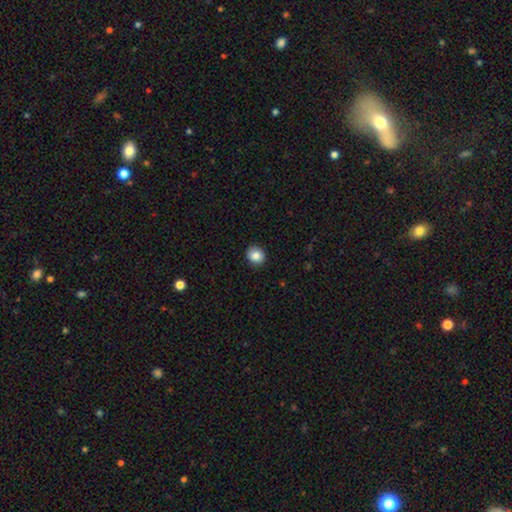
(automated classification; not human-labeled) A smooth galaxy with no disk features (84%) that is round (78%).

Vote fractions:
- Smooth or featured? smooth: 84% / star or artifact: 9% / featured or disk: 7%
- How rounded? round: 78% / in between: 21% / cigar-shaped: 1%
- Merging? none: 90% / minor disturbance: 7% / major disturbance: 2% / merger: 1%